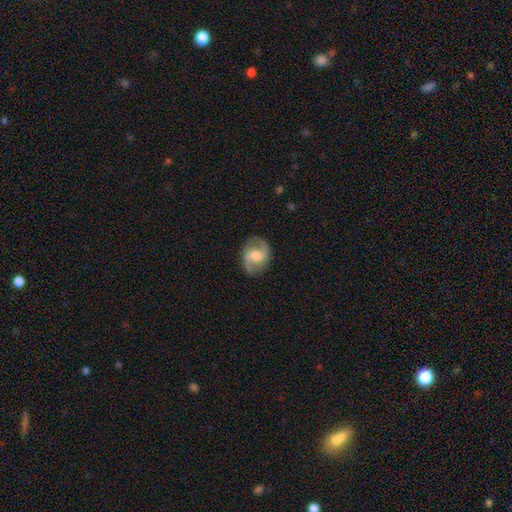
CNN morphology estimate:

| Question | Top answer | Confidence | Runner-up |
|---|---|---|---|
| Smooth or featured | featured or disk | 84% | smooth (11%) |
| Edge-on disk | no | 98% | yes (2%) |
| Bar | weak | 47% | no (41%) |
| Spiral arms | yes | 96% | no (4%) |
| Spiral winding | medium | 51% | loose (36%) |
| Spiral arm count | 2 | 93% | can't tell (3%) |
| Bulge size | moderate | 63% | small (24%) |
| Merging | none | 84% | minor disturbance (11%) |